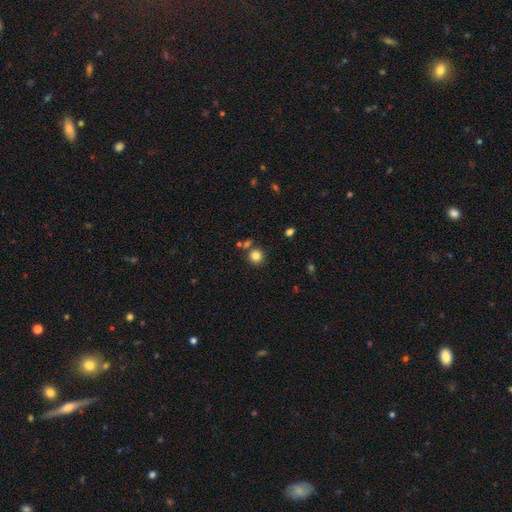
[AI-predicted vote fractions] Smooth or featured?
  - smooth: 83% *
  - star or artifact: 12%
  - featured or disk: 5%
How rounded?
  - round: 92% *
  - in between: 7%
  - cigar-shaped: 1%
Merging?
  - none: 79% *
  - merger: 10%
  - minor disturbance: 8%
  - major disturbance: 3%